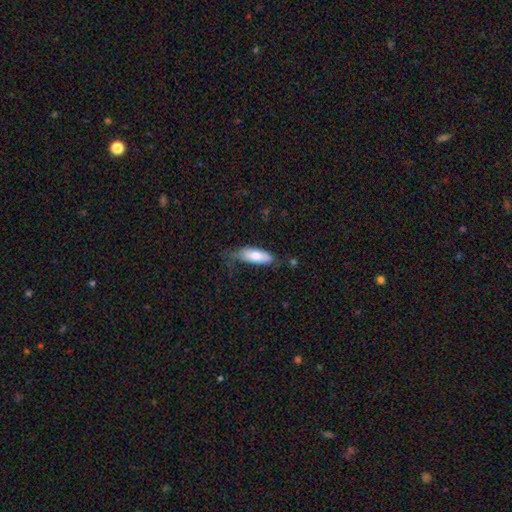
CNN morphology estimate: A smooth galaxy with no disk features (75%) that is in between round and cigar-shaped (72%).

Vote fractions:
- Smooth or featured? smooth: 75% / featured or disk: 19% / star or artifact: 6%
- How rounded? in between: 72% / cigar-shaped: 26% / round: 2%
- Merging? none: 49% / minor disturbance: 35% / major disturbance: 14% / merger: 2%